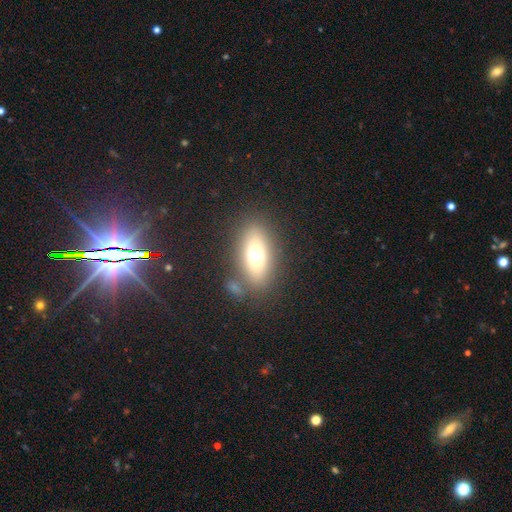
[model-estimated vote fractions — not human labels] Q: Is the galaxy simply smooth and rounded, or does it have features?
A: smooth — 66%.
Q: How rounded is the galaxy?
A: in between — 79%.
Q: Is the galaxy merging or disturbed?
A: none — 77%.